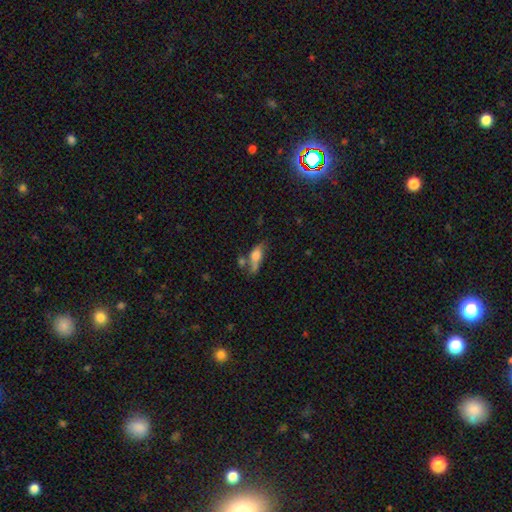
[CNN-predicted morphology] Smooth or featured? Predicted: smooth (p=0.62). How rounded? Predicted: in between (p=0.67). Merging? Predicted: none (p=0.31).